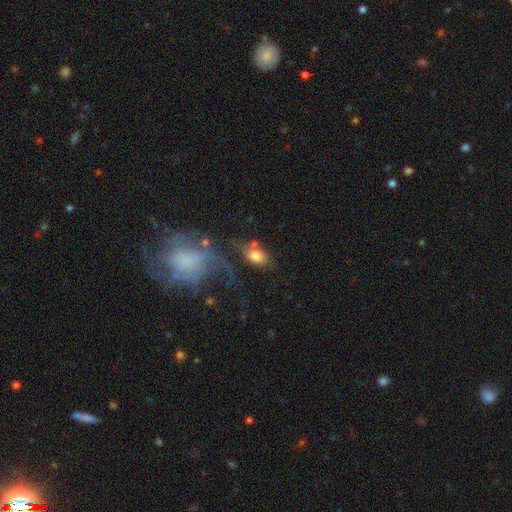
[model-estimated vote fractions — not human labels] Morphology: type=smooth (76%); roundness=in between (84%); merging=none (50%).